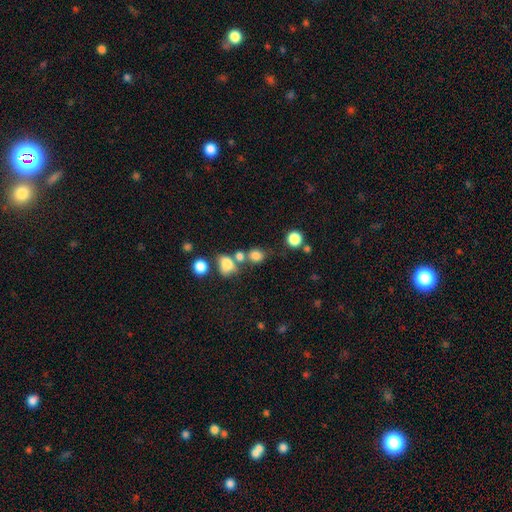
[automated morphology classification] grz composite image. It shows a smooth galaxy with no disk features (79%) that is round (62%). Merging: none (53%).